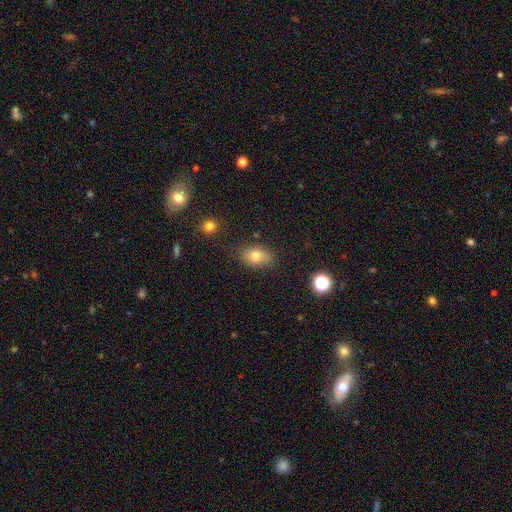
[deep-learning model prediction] Q: Smooth or featured?
A: smooth (77%); runner-up: featured or disk (12%)
Q: How rounded?
A: in between (77%); runner-up: round (21%)
Q: Merging?
A: none (76%); runner-up: minor disturbance (17%)